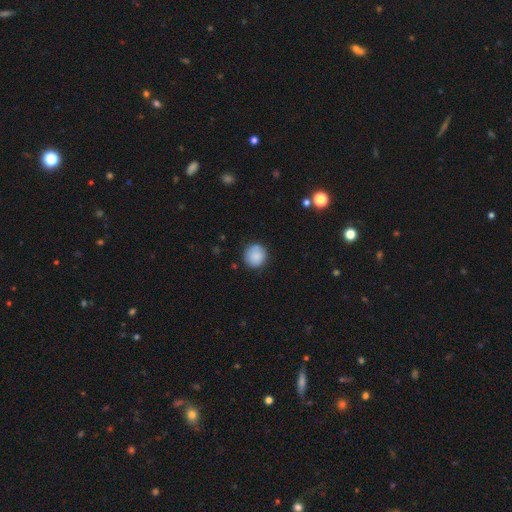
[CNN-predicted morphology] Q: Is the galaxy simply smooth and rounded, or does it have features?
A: smooth — 86%.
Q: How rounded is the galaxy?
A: round — 91%.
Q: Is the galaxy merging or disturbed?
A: none — 84%.